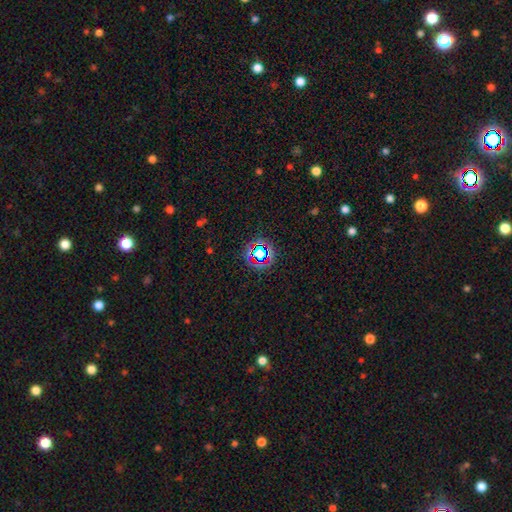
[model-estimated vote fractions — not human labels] This appears to be a star or artifact, not a galaxy (70%).